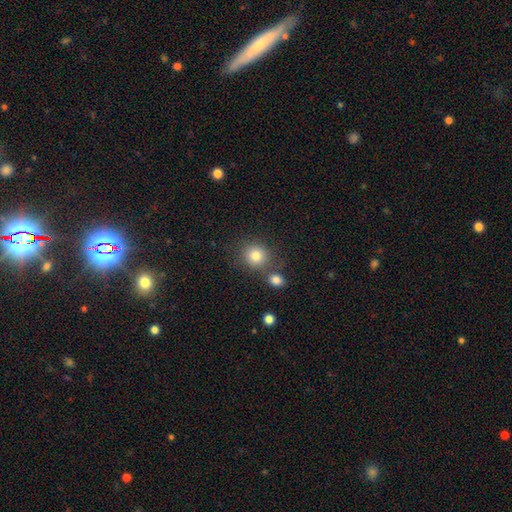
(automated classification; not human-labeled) smooth 81%, star or artifact 12%, featured or disk 7%. Down the decision tree: how rounded — round (88%); merging — none (71%).